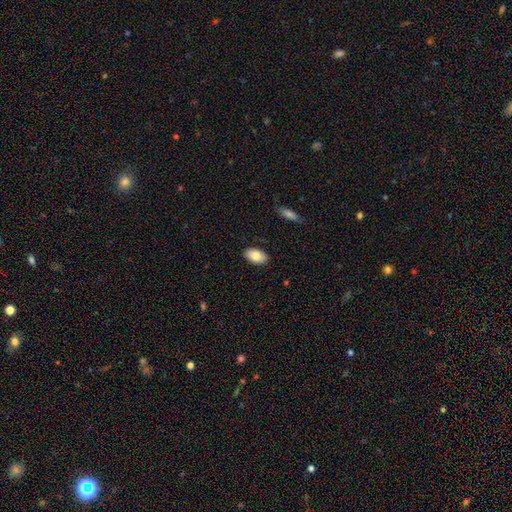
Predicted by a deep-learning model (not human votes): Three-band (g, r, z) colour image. It shows a smooth galaxy with no disk features (83%) that is in between round and cigar-shaped (94%). Merging: none (87%).